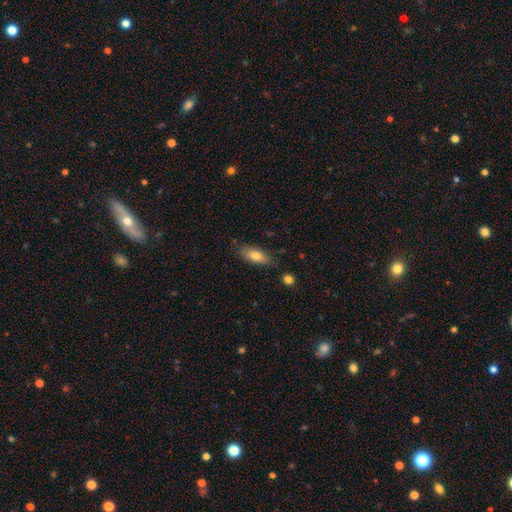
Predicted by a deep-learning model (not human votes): The model was most divided on "merging": none: 78%, minor disturbance: 17%, major disturbance: 3%, merger: 3%. More confident: how rounded — in between (80%); smooth or featured — smooth (80%).